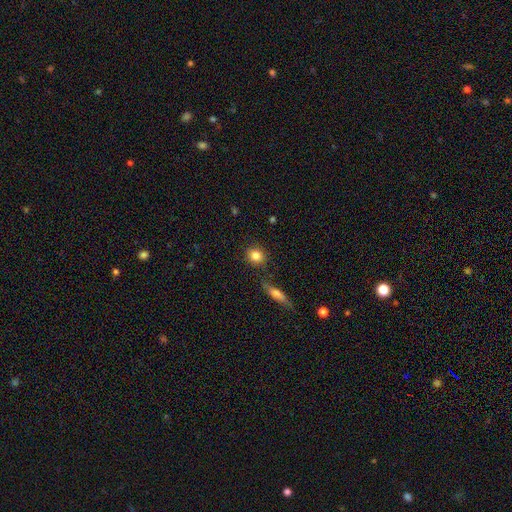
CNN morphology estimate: Overall: smooth (84%). How rounded: round (77%). Merging: none (83%).